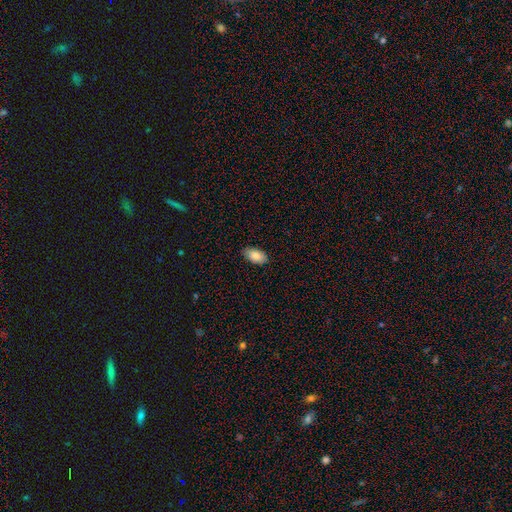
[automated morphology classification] type=smooth (84%); roundness=in between (94%); merging=none (86%).